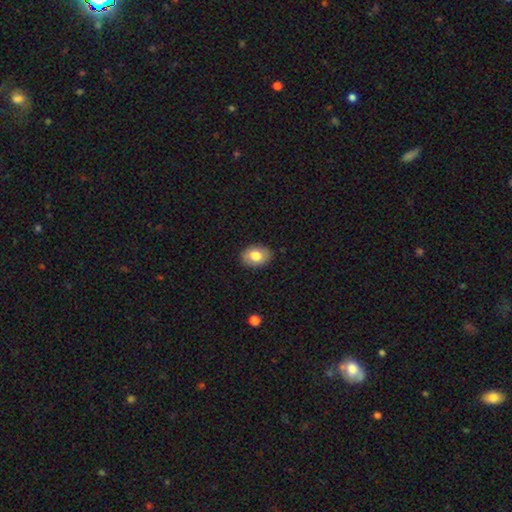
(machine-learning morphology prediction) Overall: smooth (79%). How rounded: in between (78%). Merging: none (88%).